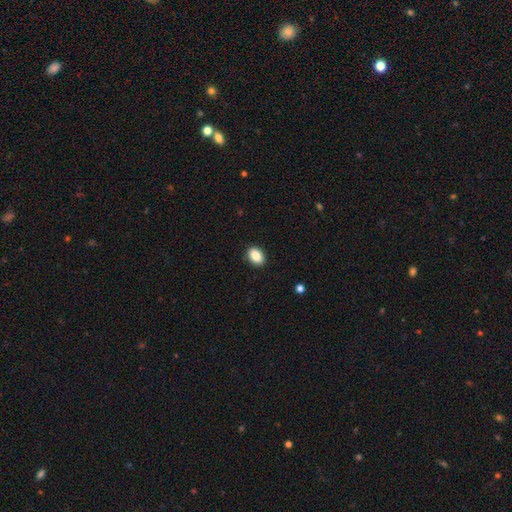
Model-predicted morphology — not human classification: type=smooth (87%); roundness=in between (81%); merging=none (89%).